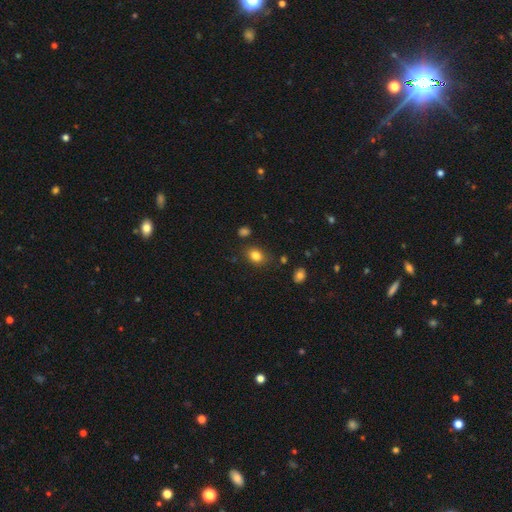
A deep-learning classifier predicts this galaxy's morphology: Overall: smooth (83%). How rounded: in between (66%; round 32%). Merging: none (79%).